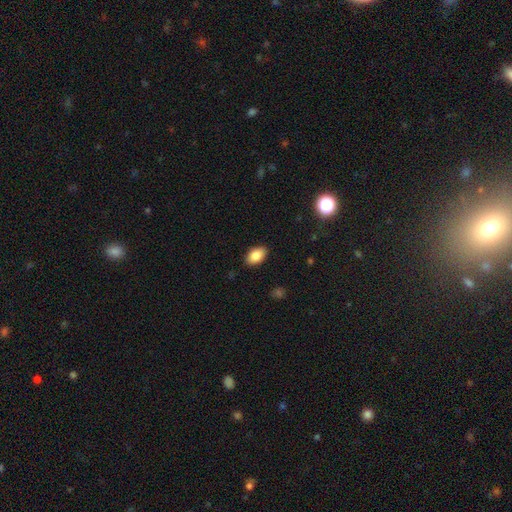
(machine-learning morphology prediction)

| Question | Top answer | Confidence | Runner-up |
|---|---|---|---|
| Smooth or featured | smooth | 85% | star or artifact (8%) |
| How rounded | in between | 90% | round (8%) |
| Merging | none | 88% | minor disturbance (9%) |